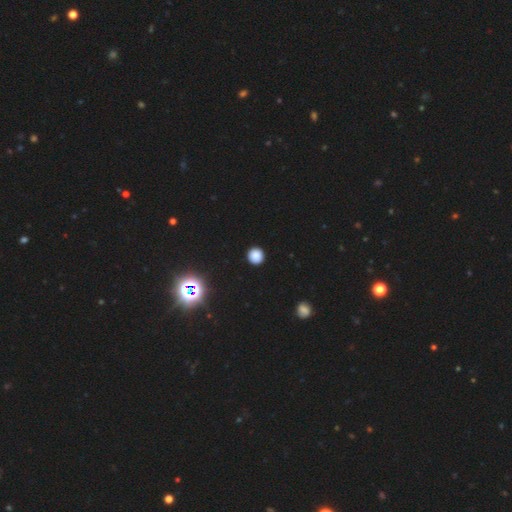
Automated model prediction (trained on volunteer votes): A smooth galaxy with no disk features (81%) that is round (94%).

Vote fractions:
- Smooth or featured? smooth: 81% / star or artifact: 15% / featured or disk: 3%
- How rounded? round: 94% / in between: 5% / cigar-shaped: 1%
- Merging? none: 93% / minor disturbance: 5% / major disturbance: 2% / merger: 1%